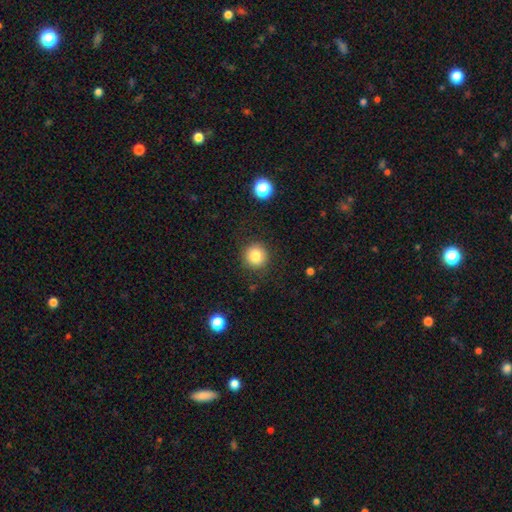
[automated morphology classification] smooth-or-featured: smooth: 83% | star or artifact: 11% | featured or disk: 6%
  how-rounded: round: 94% | in between: 5% | cigar-shaped: 1%
  merging: none: 89% | minor disturbance: 7% | major disturbance: 3% | merger: 1%